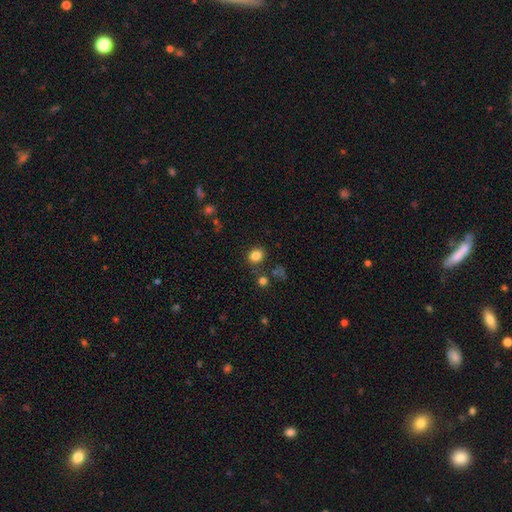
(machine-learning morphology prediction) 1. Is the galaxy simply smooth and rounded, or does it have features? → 83% smooth, 12% star or artifact, 5% featured or disk.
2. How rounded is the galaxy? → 64% round, 35% in between, 1% cigar-shaped.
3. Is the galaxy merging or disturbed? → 82% none, 10% minor disturbance, 5% merger, 3% major disturbance.